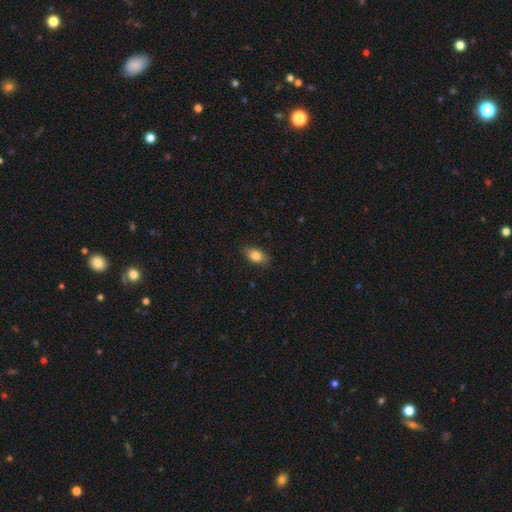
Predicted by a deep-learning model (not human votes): Smooth or featured? Predicted: smooth (p=0.82). How rounded? Predicted: in between (p=0.84). Merging? Predicted: none (p=0.84).